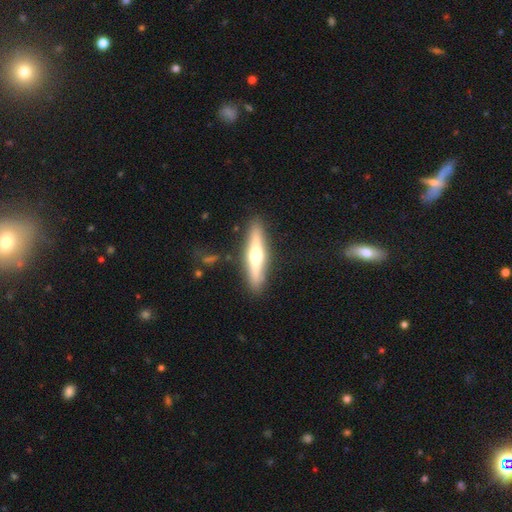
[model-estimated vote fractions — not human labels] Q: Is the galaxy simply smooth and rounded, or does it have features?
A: featured or disk — 61%.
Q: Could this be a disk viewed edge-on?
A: yes — 94%.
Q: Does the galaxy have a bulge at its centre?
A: rounded — 94%.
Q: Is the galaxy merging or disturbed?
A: none — 88%.